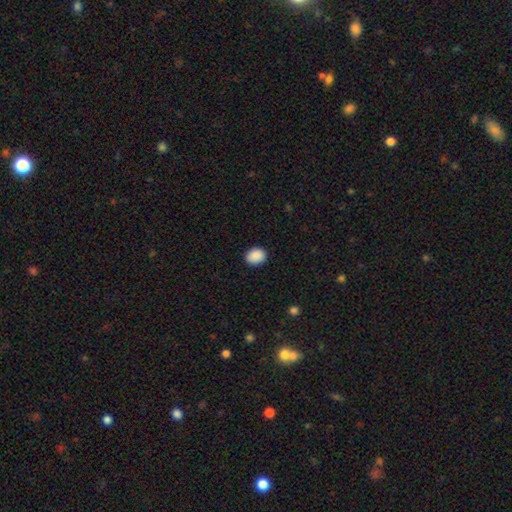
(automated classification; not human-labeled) Q: Smooth or featured?
A: smooth (90%); runner-up: star or artifact (8%)
Q: How rounded?
A: in between (51%); runner-up: round (48%)
Q: Merging?
A: none (89%); runner-up: minor disturbance (8%)